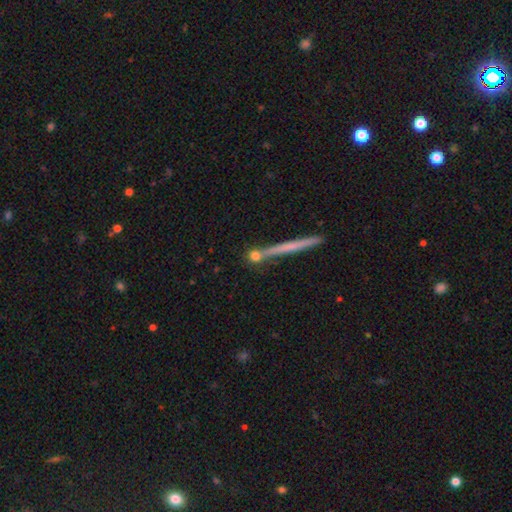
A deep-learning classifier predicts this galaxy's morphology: Smooth or featured? Predicted: smooth (p=0.71). How rounded? Predicted: round (p=0.72). Merging? Predicted: none (p=0.70).